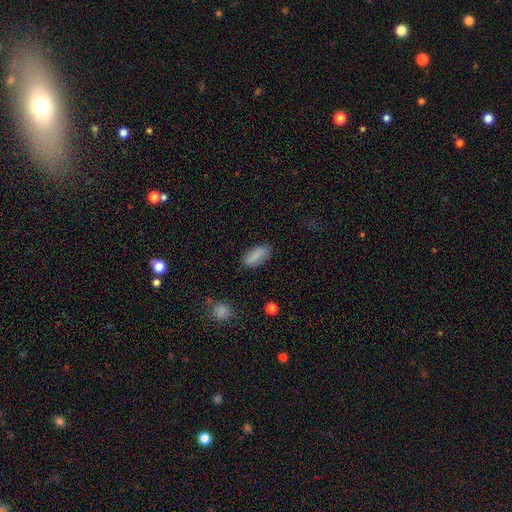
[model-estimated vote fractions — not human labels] smooth 86%, star or artifact 7%, featured or disk 7%. Down the decision tree: how rounded — in between (87%); merging — none (84%).